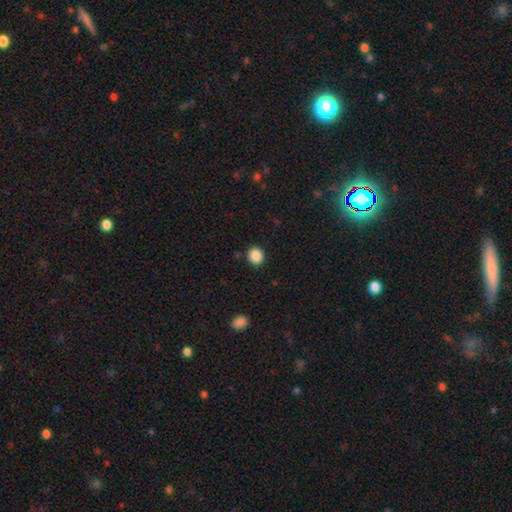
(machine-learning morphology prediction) Overall: smooth (87%). How rounded: round (84%). Merging: none (89%).